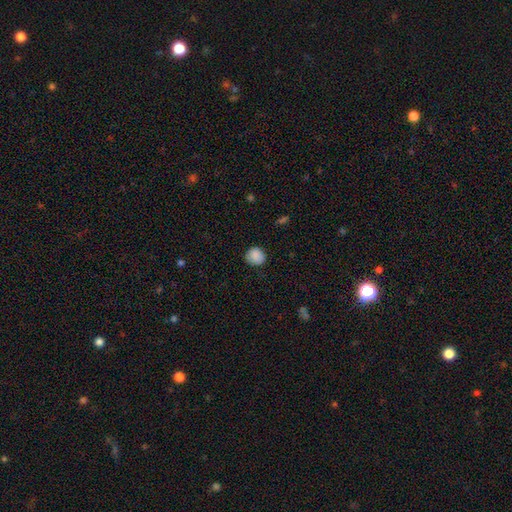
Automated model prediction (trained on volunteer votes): Smooth or featured? smooth (88%)
How rounded? round (80%)
Merging? none (81%)